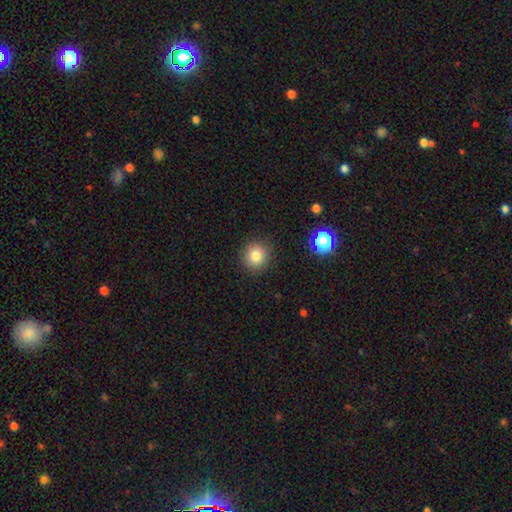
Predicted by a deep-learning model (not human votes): Smooth or featured: smooth — 81% (star or artifact — 12%)
How rounded: round — 90% (in between — 9%)
Merging: none — 88% (minor disturbance — 8%)